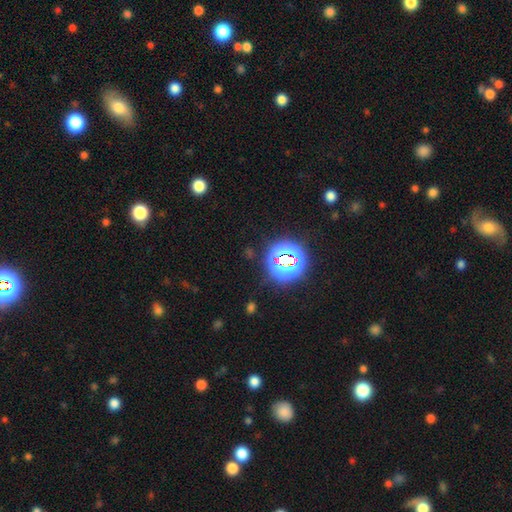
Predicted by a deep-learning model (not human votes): Q: Smooth or featured?
A: star or artifact (77%); runner-up: smooth (15%)